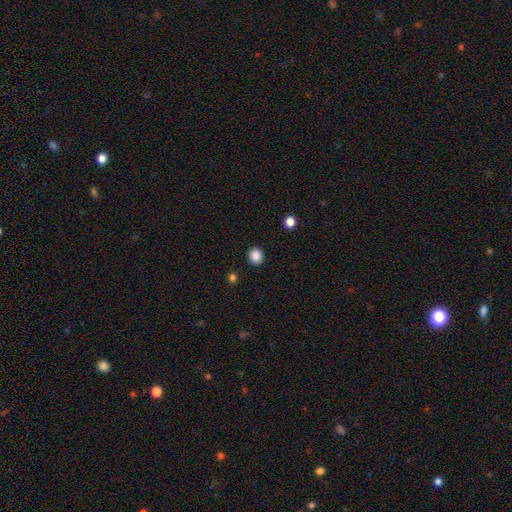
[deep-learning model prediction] Overall: smooth (87%). How rounded: round (82%). Merging: none (92%).